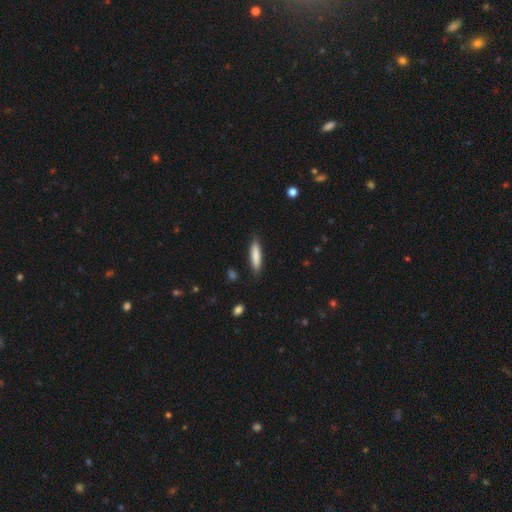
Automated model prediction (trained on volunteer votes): Smooth or featured: smooth — 81% (featured or disk — 13%)
How rounded: cigar-shaped — 81% (in between — 18%)
Merging: none — 86% (minor disturbance — 11%)